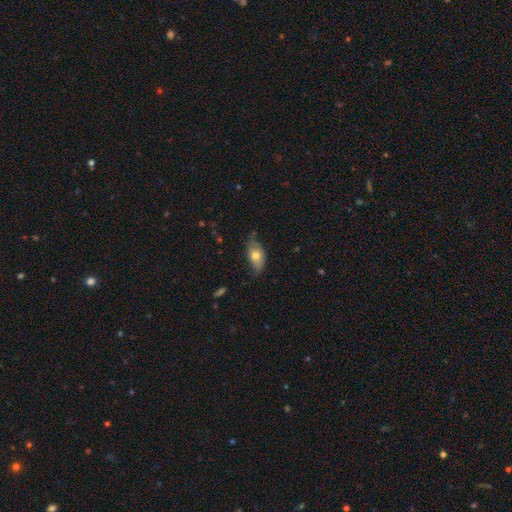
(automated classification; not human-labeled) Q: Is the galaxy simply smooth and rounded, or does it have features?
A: smooth — 68%.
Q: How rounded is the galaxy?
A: in between — 90%.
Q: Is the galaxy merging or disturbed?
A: none — 60%.